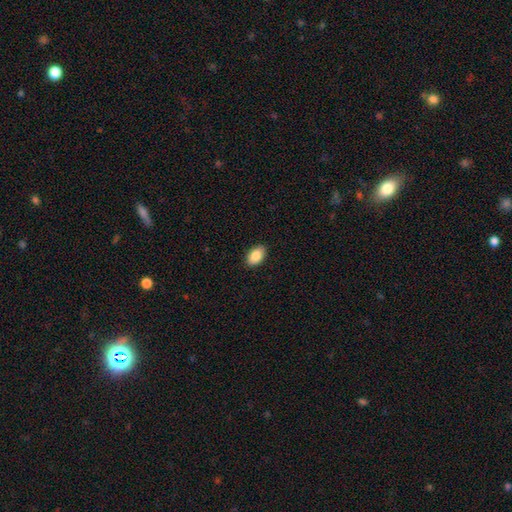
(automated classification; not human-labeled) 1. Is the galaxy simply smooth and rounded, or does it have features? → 87% smooth, 7% star or artifact, 6% featured or disk.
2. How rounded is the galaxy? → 91% in between, 7% round, 1% cigar-shaped.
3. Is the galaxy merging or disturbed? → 90% none, 8% minor disturbance, 2% major disturbance, 1% merger.